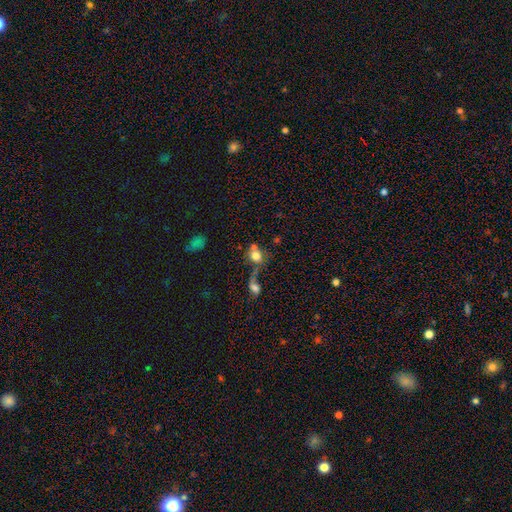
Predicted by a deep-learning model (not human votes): Morphology: type=smooth (74%); roundness=round (75%); merging=merger (45%).